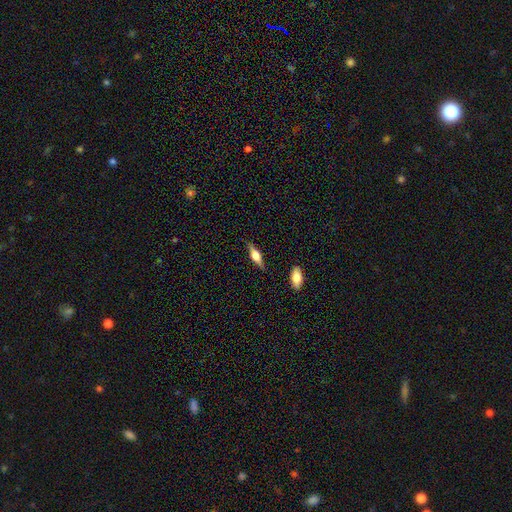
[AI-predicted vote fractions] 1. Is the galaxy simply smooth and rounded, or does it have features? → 57% featured or disk, 36% smooth, 7% star or artifact.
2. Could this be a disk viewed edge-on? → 94% yes, 6% no.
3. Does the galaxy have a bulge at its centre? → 92% rounded, 7% boxy, 2% none.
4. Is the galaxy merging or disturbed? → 85% none, 10% minor disturbance, 3% major disturbance, 2% merger.